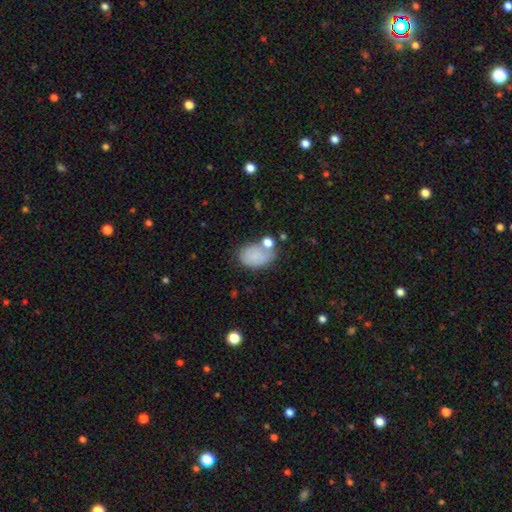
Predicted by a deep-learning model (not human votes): Q: Smooth or featured?
A: smooth (78%); runner-up: featured or disk (12%)
Q: How rounded?
A: in between (82%); runner-up: round (17%)
Q: Merging?
A: none (50%); runner-up: minor disturbance (23%)